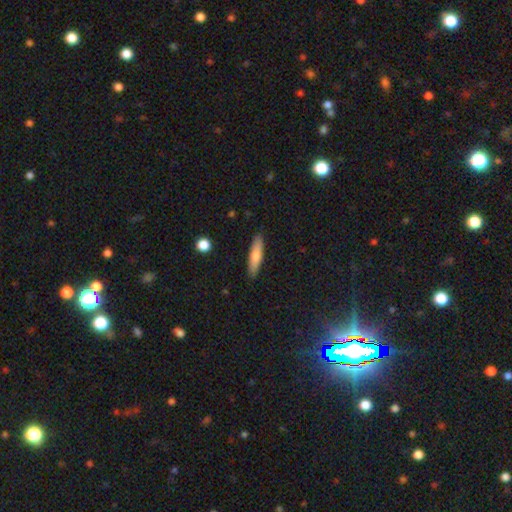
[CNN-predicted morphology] type=smooth (73%); roundness=cigar-shaped (73%); merging=none (89%).